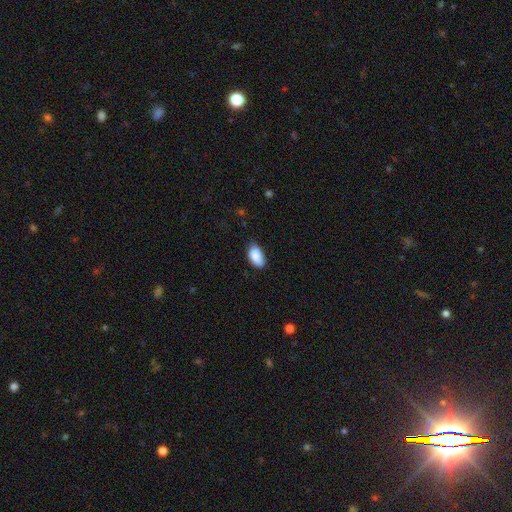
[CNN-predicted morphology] smooth_or_featured: smooth (p=0.88) [alt: star or artifact p=0.07]
how_rounded: in between (p=0.94) [alt: round p=0.04]
merging: none (p=0.66) [alt: minor disturbance p=0.28]